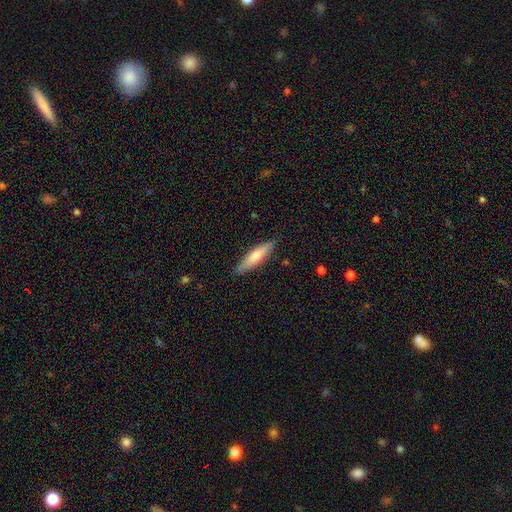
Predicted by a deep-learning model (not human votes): Smooth or featured? Predicted: smooth (p=0.58). How rounded? Predicted: cigar-shaped (p=0.77). Merging? Predicted: none (p=0.88).